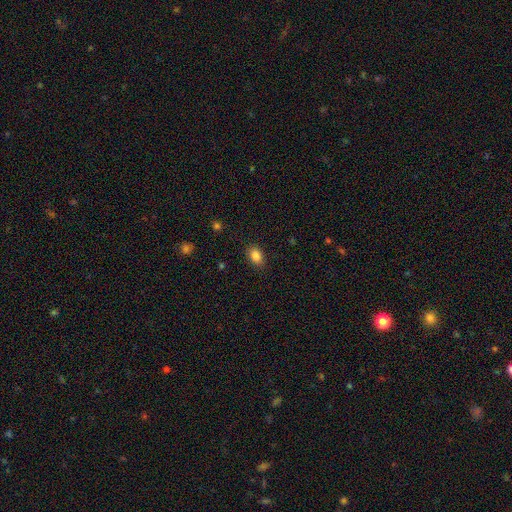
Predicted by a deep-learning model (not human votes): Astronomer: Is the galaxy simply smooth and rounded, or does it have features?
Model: smooth — 86%.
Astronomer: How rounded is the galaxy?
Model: in between — 79%.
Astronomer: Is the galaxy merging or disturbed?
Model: none — 85%.